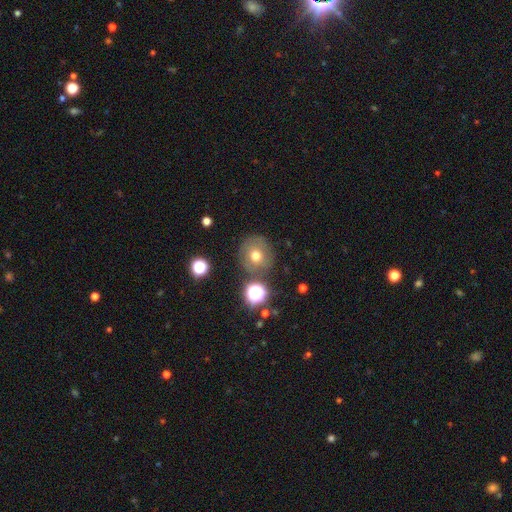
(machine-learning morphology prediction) smooth-or-featured: smooth: 65% | featured or disk: 18% | star or artifact: 17%
  how-rounded: round: 91% | in between: 8% | cigar-shaped: 1%
  merging: none: 79% | minor disturbance: 11% | merger: 6% | major disturbance: 5%